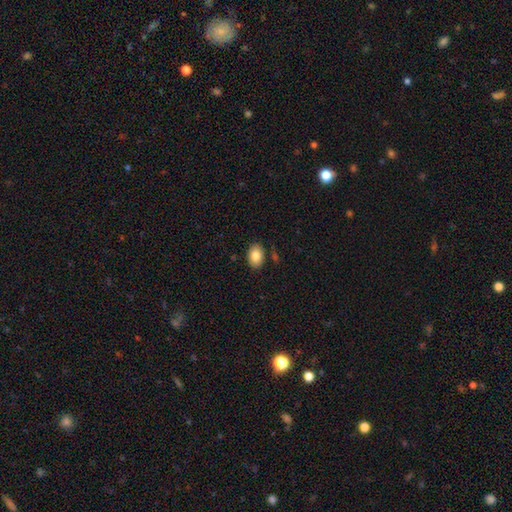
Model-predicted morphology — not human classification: Smooth or featured? smooth (85%)
How rounded? in between (83%)
Merging? none (86%)